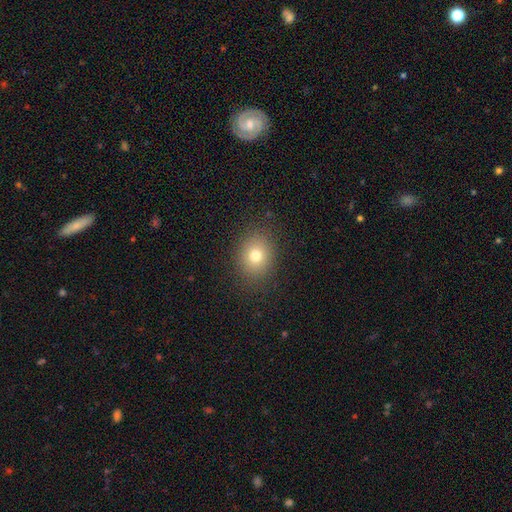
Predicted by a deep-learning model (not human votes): This is likely a smooth galaxy (76%). How rounded: possibly round (58%). Merging: clearly none (87%).